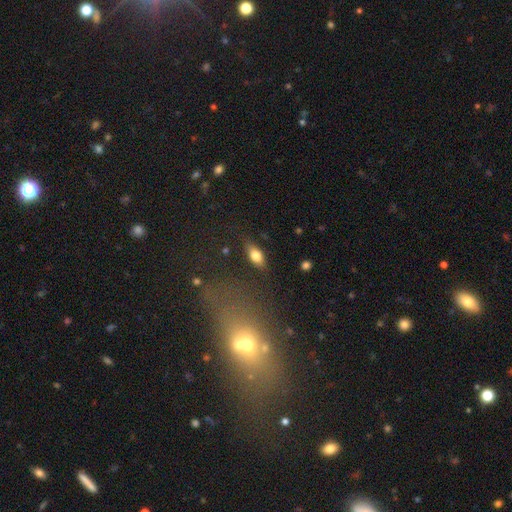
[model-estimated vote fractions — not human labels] Morphology: type=smooth (72%); roundness=in between (83%); merging=none (83%).